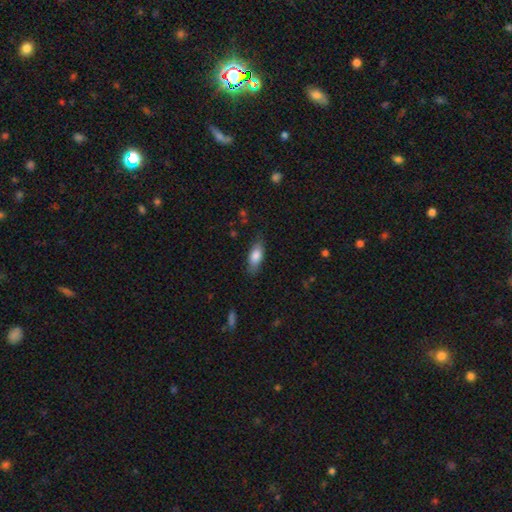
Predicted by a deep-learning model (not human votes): smooth_or_featured: smooth (p=0.81) [alt: featured or disk p=0.13]
how_rounded: in between (p=0.79) [alt: cigar-shaped p=0.18]
merging: none (p=0.80) [alt: minor disturbance p=0.15]